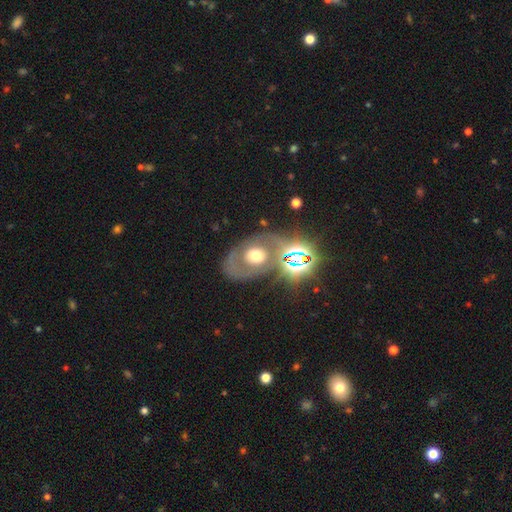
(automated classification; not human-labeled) smooth-or-featured: featured or disk: 51% | smooth: 31% | star or artifact: 18%
  disk-edge-on: no: 93% | yes: 7%
  merging: none: 61% | minor disturbance: 16% | major disturbance: 14% | merger: 9%